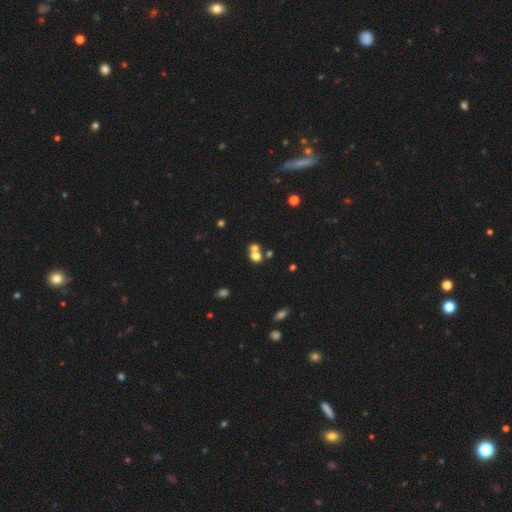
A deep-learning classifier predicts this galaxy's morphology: This is likely a smooth galaxy (69%). How rounded: likely round (65%). Merging: possibly merger (55%).